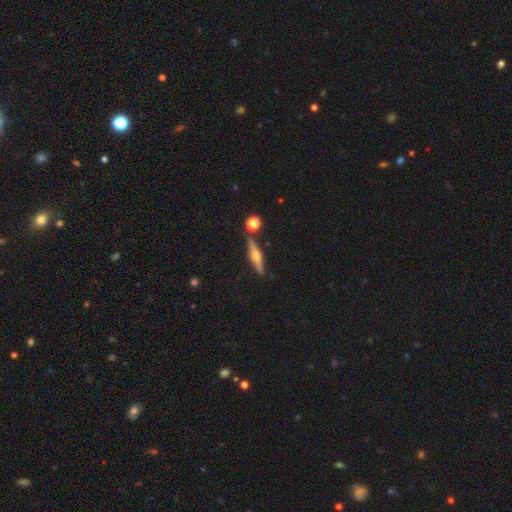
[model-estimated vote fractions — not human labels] Morphology: type=featured or disk (67%); edge-on=yes (96%); edge-on bulge=rounded (92%); merging=none (82%).